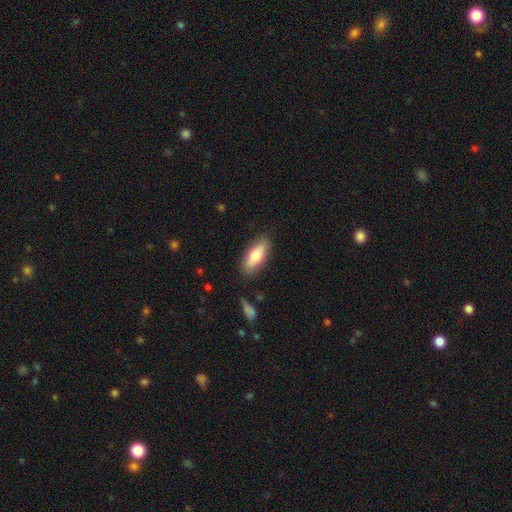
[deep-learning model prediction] Smooth or featured: smooth — 68% (featured or disk — 26%)
How rounded: in between — 73% (cigar-shaped — 25%)
Merging: none — 84% (minor disturbance — 12%)